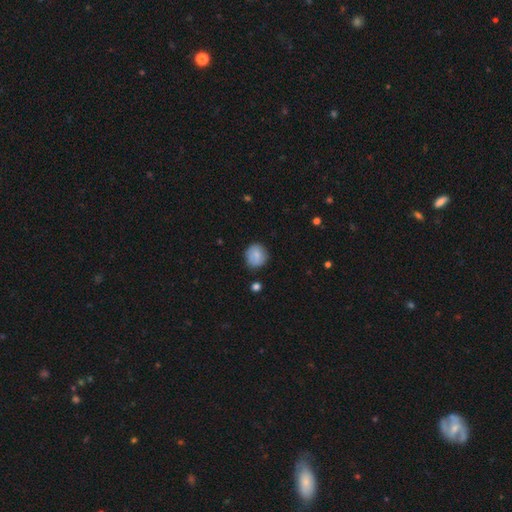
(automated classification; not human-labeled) This is likely a smooth galaxy (80%). How rounded: clearly round (82%). Merging: clearly none (80%).